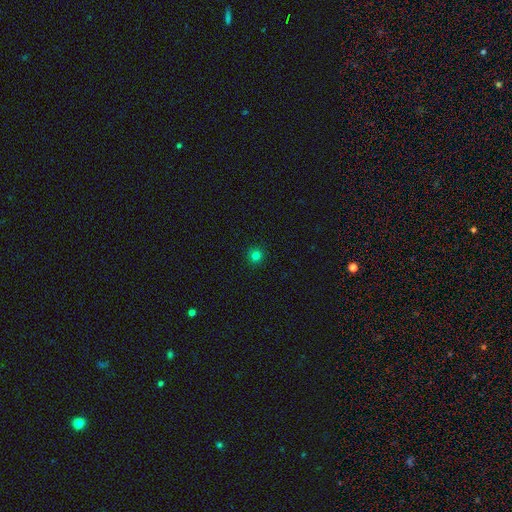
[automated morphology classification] The model was most divided on "smooth or featured": smooth: 79%, star or artifact: 16%, featured or disk: 5%. More confident: how rounded — round (94%); merging — none (93%).